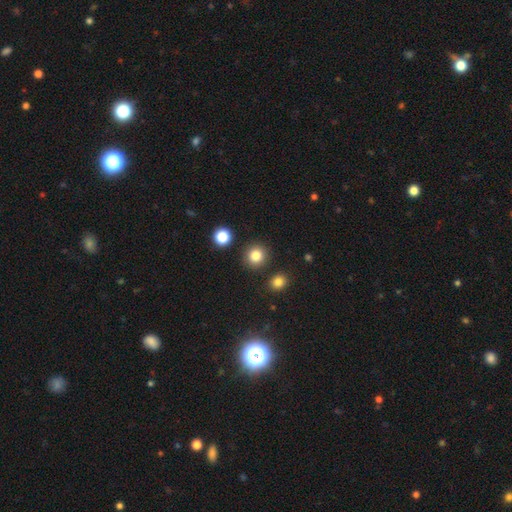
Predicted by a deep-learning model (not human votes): Smooth or featured?
  - smooth: 83% *
  - star or artifact: 11%
  - featured or disk: 6%
How rounded?
  - round: 91% *
  - in between: 8%
  - cigar-shaped: 1%
Merging?
  - none: 88% *
  - minor disturbance: 6%
  - merger: 3%
  - major disturbance: 2%